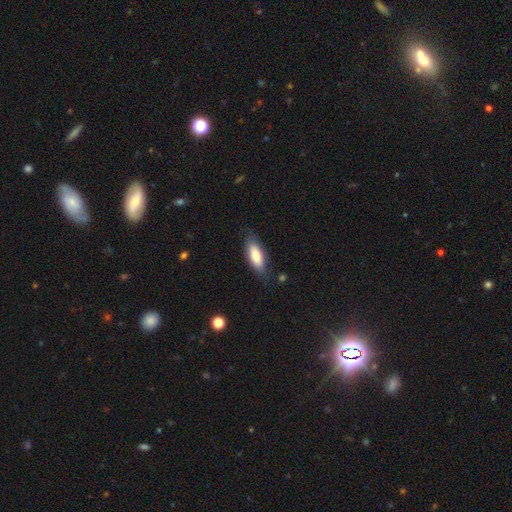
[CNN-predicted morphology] A smooth galaxy with no disk features (80%) that is in between round and cigar-shaped (75%).

Vote fractions:
- Smooth or featured? smooth: 80% / featured or disk: 14% / star or artifact: 6%
- How rounded? in between: 75% / cigar-shaped: 24% / round: 2%
- Merging? none: 78% / minor disturbance: 16% / major disturbance: 4% / merger: 2%